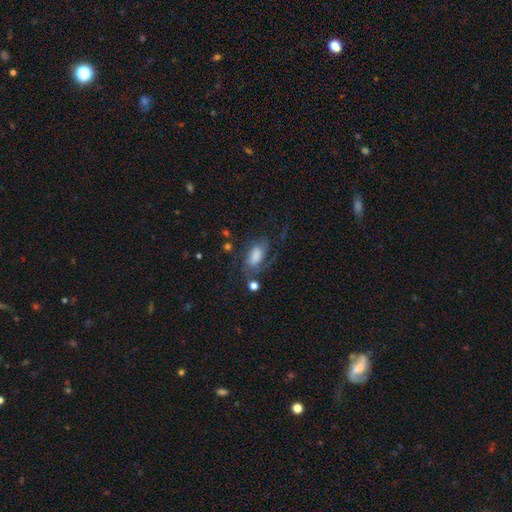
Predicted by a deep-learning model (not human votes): Smooth or featured: featured or disk — 58% (smooth — 32%)
Edge-on disk: no — 94% (yes — 6%)
Bar: no — 55% (weak — 34%)
Spiral arms: yes — 87% (no — 13%)
Bulge size: large — 39% (moderate — 24%)
Merging: none — 49% (major disturbance — 25%)